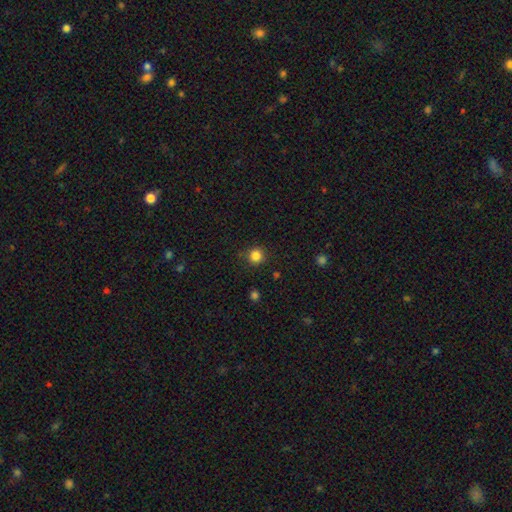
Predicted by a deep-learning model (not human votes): smooth-or-featured: smooth: 84% | star or artifact: 12% | featured or disk: 4%
  how-rounded: round: 94% | in between: 5% | cigar-shaped: 1%
  merging: none: 89% | minor disturbance: 8% | major disturbance: 2% | merger: 1%